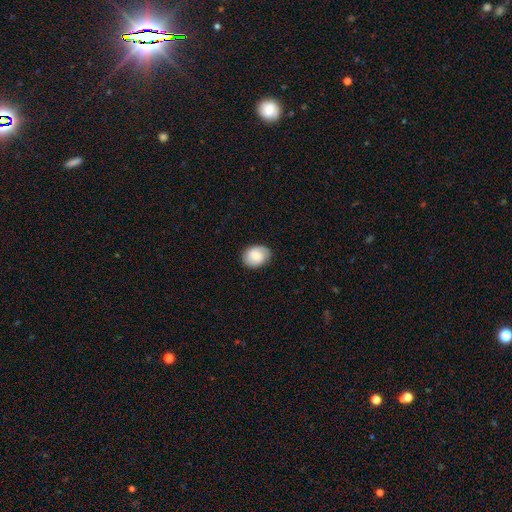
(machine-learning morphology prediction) Smooth or featured: smooth — 71% (featured or disk — 22%)
How rounded: in between — 56% (round — 43%)
Merging: none — 82% (minor disturbance — 14%)